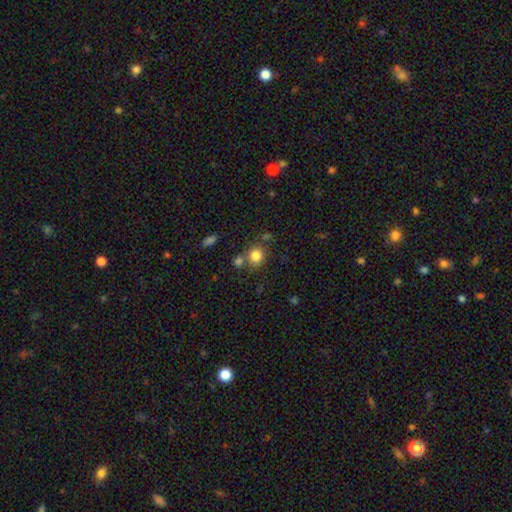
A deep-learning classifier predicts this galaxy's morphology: Smooth or featured? smooth (82%)
How rounded? round (82%)
Merging? none (68%)